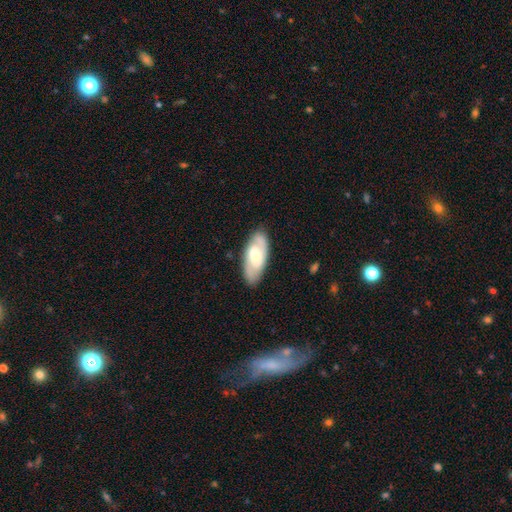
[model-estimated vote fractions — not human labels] Overall: featured or disk (62%; smooth 33%). Edge-on disk: no (91%). Bar: weak (42%; no 39%). Spiral arms: yes (81%). Bulge size: moderate (44%; small 39%). Merging: none (84%).